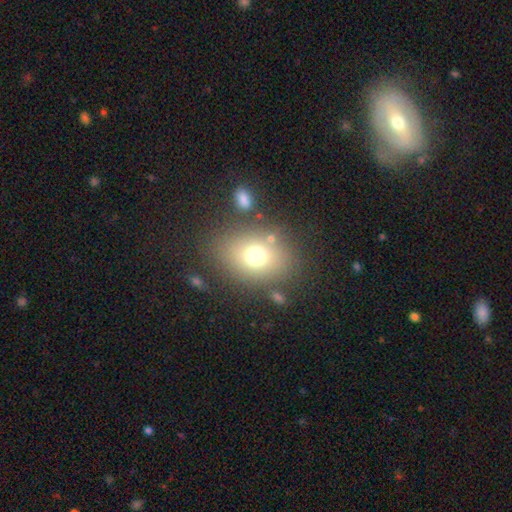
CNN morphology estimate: Overall: smooth (71%). How rounded: in between (51%; round 48%). Merging: none (75%).